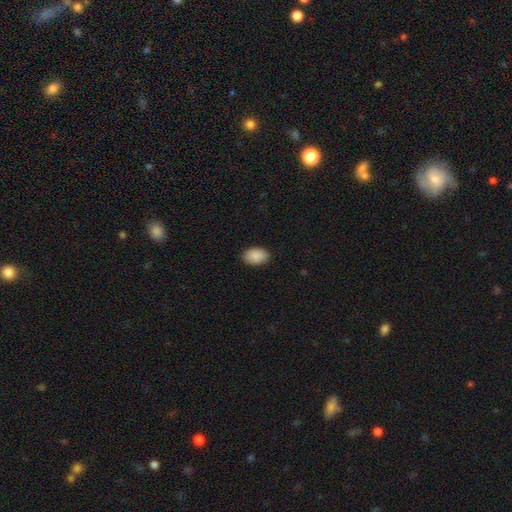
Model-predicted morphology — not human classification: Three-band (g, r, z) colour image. It shows a smooth galaxy with no disk features (90%) that is in between round and cigar-shaped (89%). Merging: none (89%).